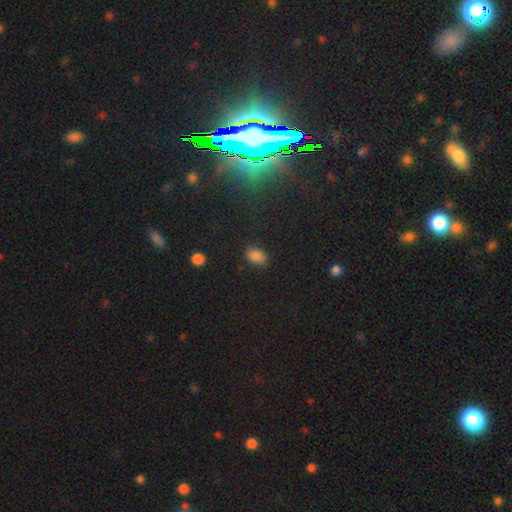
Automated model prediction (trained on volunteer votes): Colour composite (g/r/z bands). It shows a smooth galaxy with no disk features (83%) that is in between round and cigar-shaped (86%). Merging: none (81%).